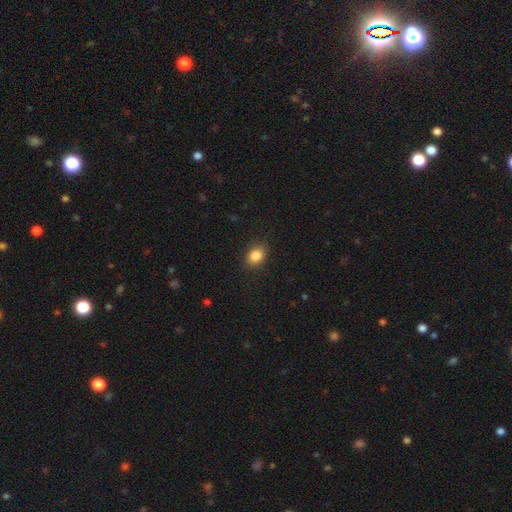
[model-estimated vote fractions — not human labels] Smooth or featured? Predicted: smooth (p=0.86). How rounded? Predicted: in between (p=0.62). Merging? Predicted: none (p=0.85).